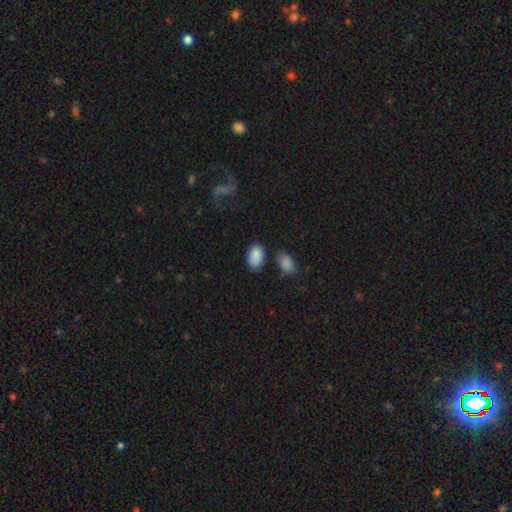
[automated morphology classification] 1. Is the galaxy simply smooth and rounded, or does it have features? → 88% smooth, 8% star or artifact, 5% featured or disk.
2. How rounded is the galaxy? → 91% in between, 8% round, 1% cigar-shaped.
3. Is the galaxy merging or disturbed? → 72% none, 16% minor disturbance, 8% merger, 4% major disturbance.